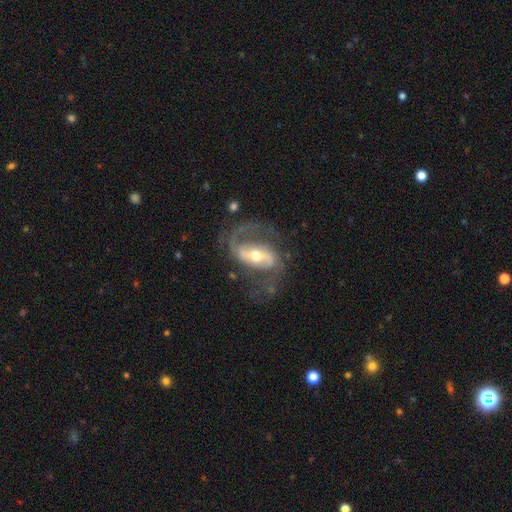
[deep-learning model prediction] Smooth or featured?
  - featured or disk: 89% *
  - smooth: 6%
  - star or artifact: 5%
Edge-on disk?
  - no: 96% *
  - yes: 4%
Bar?
  - strong: 44% *
  - weak: 36%
  - no: 20%
Spiral arms?
  - yes: 95% *
  - no: 5%
Spiral winding?
  - medium: 51% *
  - loose: 35%
  - tight: 15%
Spiral arm count?
  - 2: 86% *
  - 1: 7%
  - can't tell: 3%
  - 3: 2%
  - 4: 1%
  - more than 4: 1%
Bulge size?
  - moderate: 63% *
  - small: 29%
  - large: 5%
  - none: 1%
  - dominant: 1%
Merging?
  - none: 64% *
  - major disturbance: 17%
  - minor disturbance: 17%
  - merger: 2%